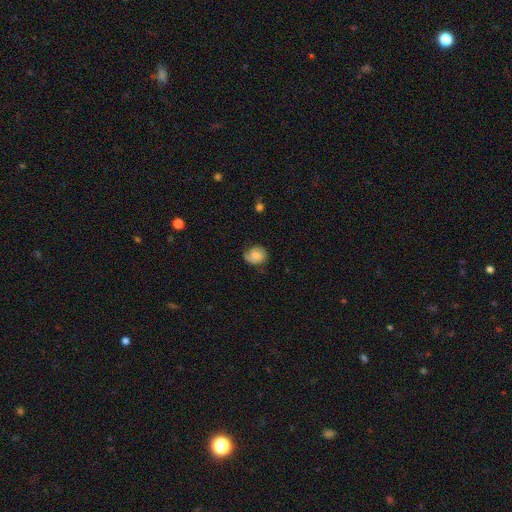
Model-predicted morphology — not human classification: A smooth galaxy with no disk features (48%). Merging: none (67%).